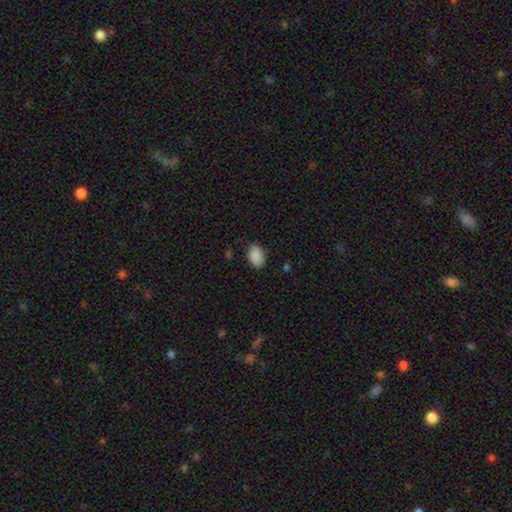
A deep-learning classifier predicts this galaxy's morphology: Smooth or featured: smooth — 89% (star or artifact — 7%)
How rounded: in between — 85% (round — 14%)
Merging: none — 79% (minor disturbance — 17%)